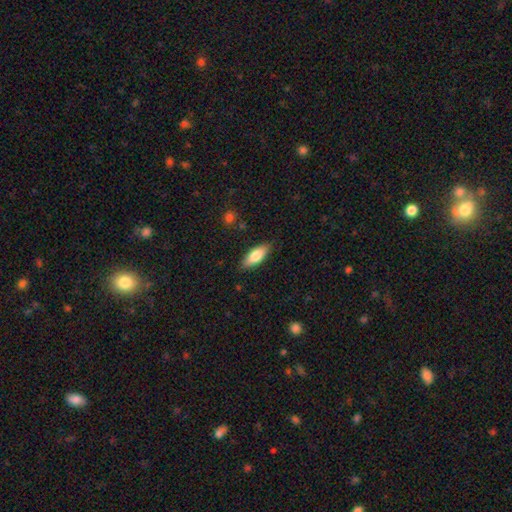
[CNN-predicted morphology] Smooth or featured?
  - smooth: 77% *
  - featured or disk: 17%
  - star or artifact: 6%
How rounded?
  - in between: 72% *
  - cigar-shaped: 26%
  - round: 2%
Merging?
  - none: 84% *
  - minor disturbance: 12%
  - major disturbance: 2%
  - merger: 1%